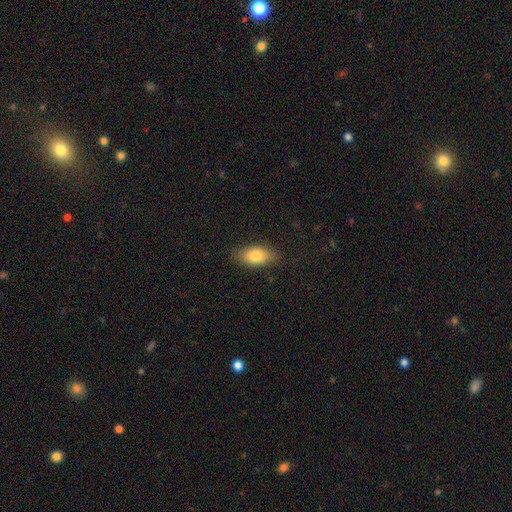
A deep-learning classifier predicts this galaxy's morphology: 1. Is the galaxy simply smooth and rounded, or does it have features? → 82% smooth, 10% featured or disk, 7% star or artifact.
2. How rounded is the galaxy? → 89% in between, 6% round, 5% cigar-shaped.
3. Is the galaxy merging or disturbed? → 82% none, 14% minor disturbance, 4% major disturbance, 1% merger.